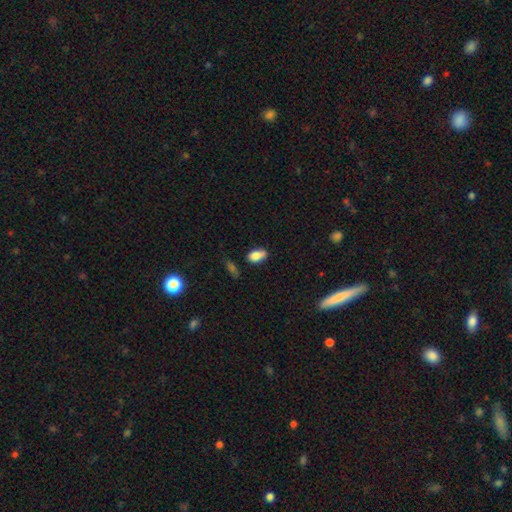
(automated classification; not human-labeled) A smooth galaxy with no disk features (82%) that is in between round and cigar-shaped (89%).

Vote fractions:
- Smooth or featured? smooth: 82% / featured or disk: 10% / star or artifact: 9%
- How rounded? in between: 89% / round: 7% / cigar-shaped: 4%
- Merging? none: 57% / minor disturbance: 30% / major disturbance: 7% / merger: 6%